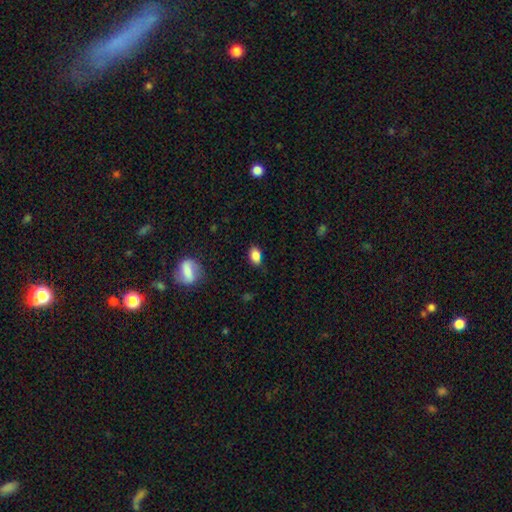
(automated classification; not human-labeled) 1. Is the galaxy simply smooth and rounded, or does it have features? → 85% smooth, 9% star or artifact, 6% featured or disk.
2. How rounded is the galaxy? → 85% in between, 13% round, 2% cigar-shaped.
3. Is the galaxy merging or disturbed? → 71% none, 21% minor disturbance, 5% major disturbance, 4% merger.